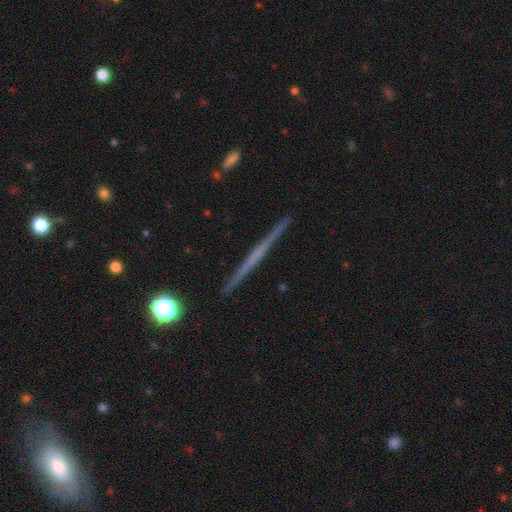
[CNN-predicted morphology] This appears to be a featured or disk galaxy (66%) viewed edge-on (98%) with no central bulge (84%). Merging: none (93%).